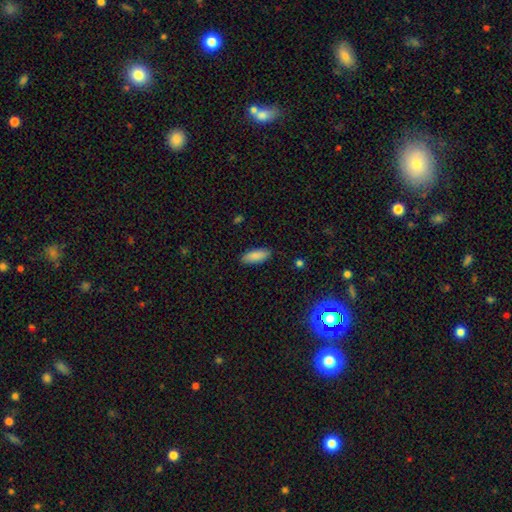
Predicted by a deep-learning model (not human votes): A smooth galaxy with no disk features (88%) that is in between round and cigar-shaped (75%).

Vote fractions:
- Smooth or featured? smooth: 88% / star or artifact: 7% / featured or disk: 6%
- How rounded? in between: 75% / cigar-shaped: 24% / round: 2%
- Merging? none: 88% / minor disturbance: 9% / major disturbance: 2% / merger: 1%